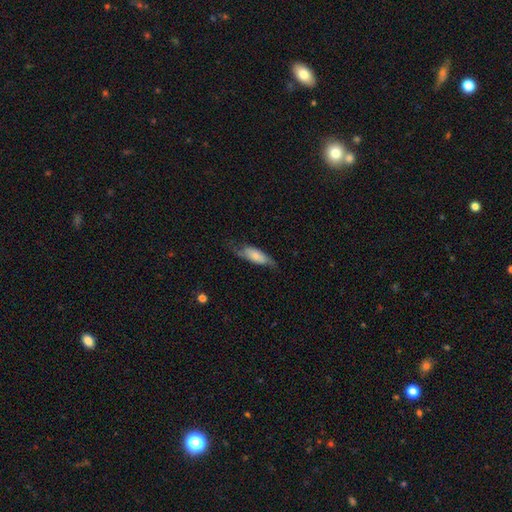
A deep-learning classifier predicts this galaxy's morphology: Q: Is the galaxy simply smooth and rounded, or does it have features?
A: smooth — 59%.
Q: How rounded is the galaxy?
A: in between — 65%.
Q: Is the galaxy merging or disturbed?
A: none — 57%.